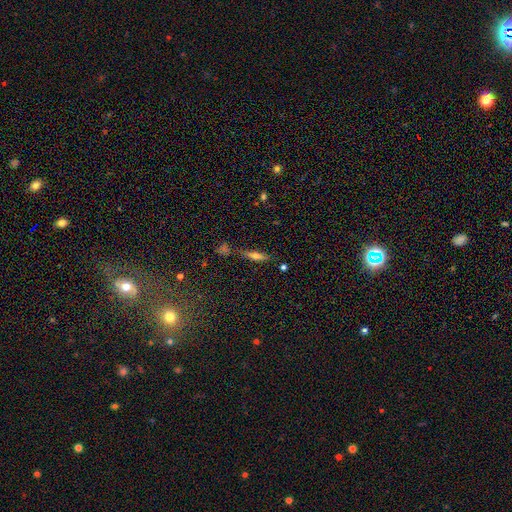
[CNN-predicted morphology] A smooth galaxy with no disk features (53%) that is cigar-shaped (65%).

Vote fractions:
- Smooth or featured? smooth: 53% / featured or disk: 35% / star or artifact: 12%
- How rounded? cigar-shaped: 65% / in between: 31% / round: 4%
- Merging? none: 72% / minor disturbance: 15% / merger: 7% / major disturbance: 5%